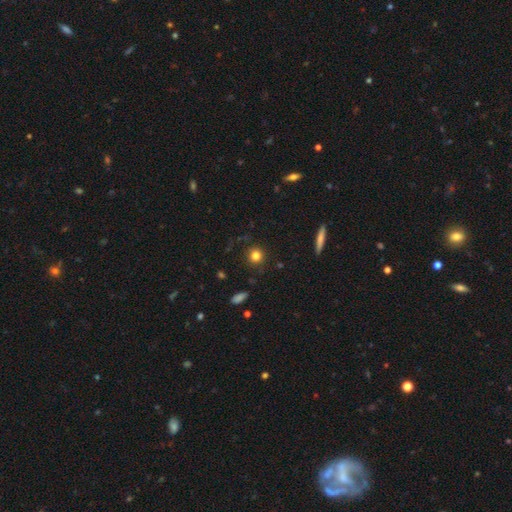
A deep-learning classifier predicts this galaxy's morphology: A smooth galaxy with no disk features (82%) that is round (91%). Merging: none (88%).